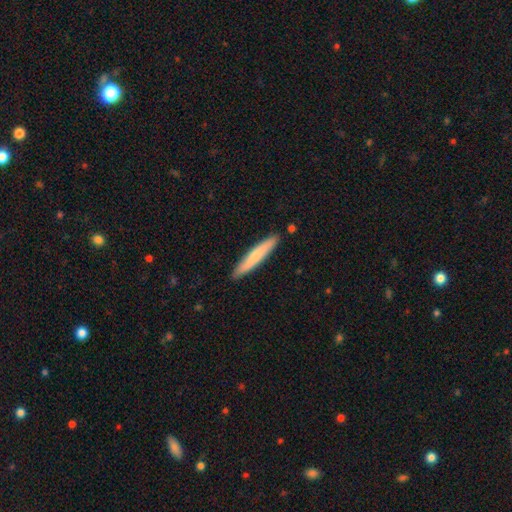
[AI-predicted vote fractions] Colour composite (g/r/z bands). It shows a smooth galaxy with no disk features (71%) that is cigar-shaped (94%). Merging: none (88%).